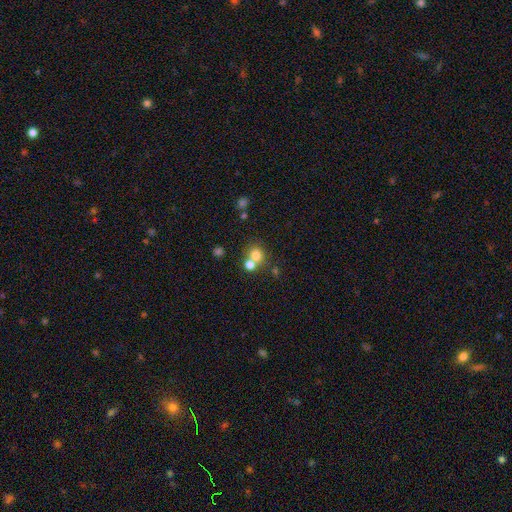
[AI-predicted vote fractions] This is likely a smooth galaxy (74%). How rounded: likely round (79%). Merging: possibly none (47%).